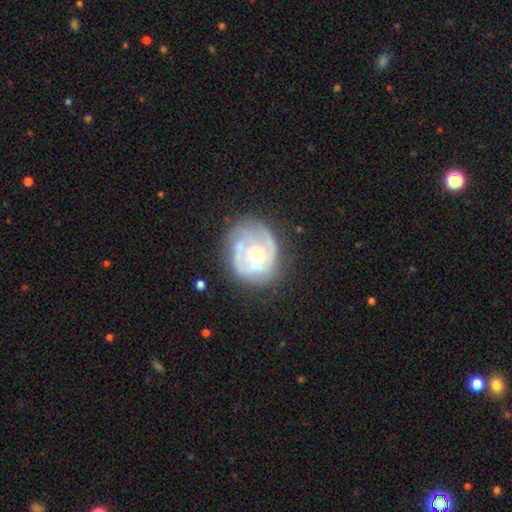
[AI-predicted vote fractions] A featured or disk galaxy (71%) with no bar (78%), spiral arms (67%) and a moderate central bulge (57%). Merging: none (59%).